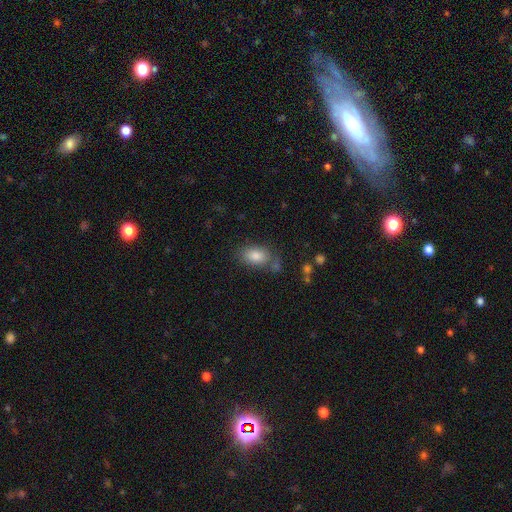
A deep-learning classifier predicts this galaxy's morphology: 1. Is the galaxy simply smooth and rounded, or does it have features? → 84% smooth, 8% featured or disk, 8% star or artifact.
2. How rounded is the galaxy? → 88% in between, 11% round, 2% cigar-shaped.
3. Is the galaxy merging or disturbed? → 69% none, 17% minor disturbance, 9% merger, 6% major disturbance.